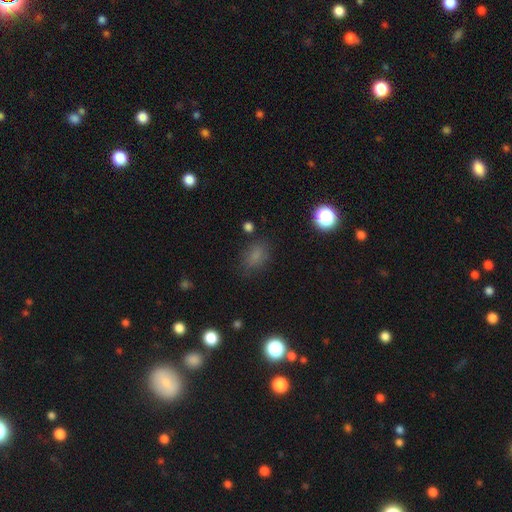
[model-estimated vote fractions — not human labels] Smooth or featured: smooth — 75% (star or artifact — 18%)
How rounded: in between — 71% (round — 27%)
Merging: none — 73% (minor disturbance — 18%)